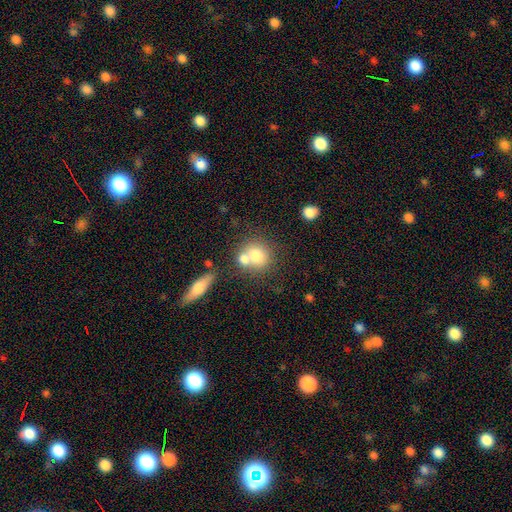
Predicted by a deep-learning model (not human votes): Q: Smooth or featured?
A: smooth (73%); runner-up: featured or disk (17%)
Q: How rounded?
A: round (72%); runner-up: in between (27%)
Q: Merging?
A: merger (46%); runner-up: none (40%)